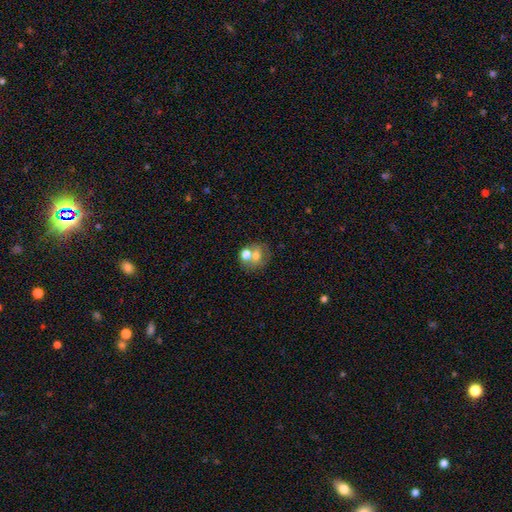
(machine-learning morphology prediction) Smooth or featured? smooth (62%)
How rounded? round (69%)
Merging? none (44%)